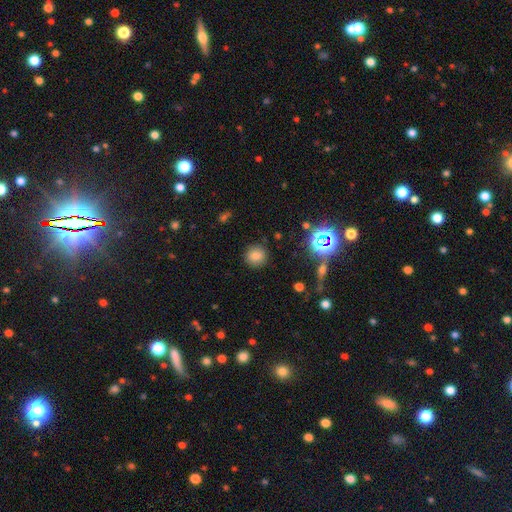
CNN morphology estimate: This appears to be a smooth galaxy with no disk features (78%) that is round (89%). Merging: none (88%).